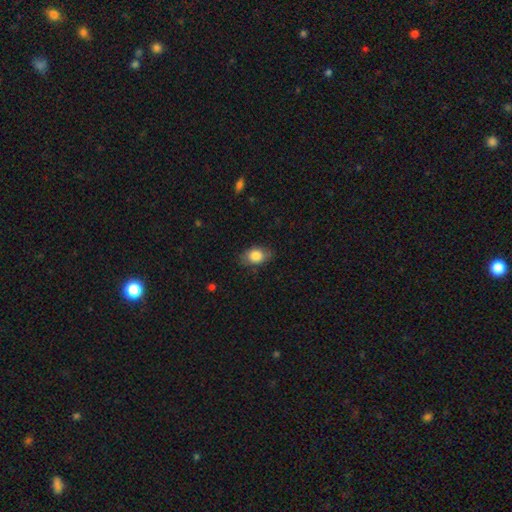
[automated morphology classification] The model was most divided on "how rounded": in between: 78%, round: 20%, cigar-shaped: 2%. More confident: smooth or featured — smooth (82%); merging — none (76%).